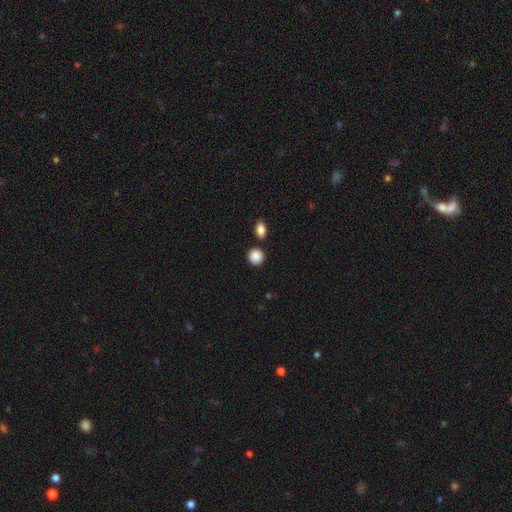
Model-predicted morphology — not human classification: Smooth or featured? Predicted: smooth (p=0.89). How rounded? Predicted: round (p=0.86). Merging? Predicted: none (p=0.82).